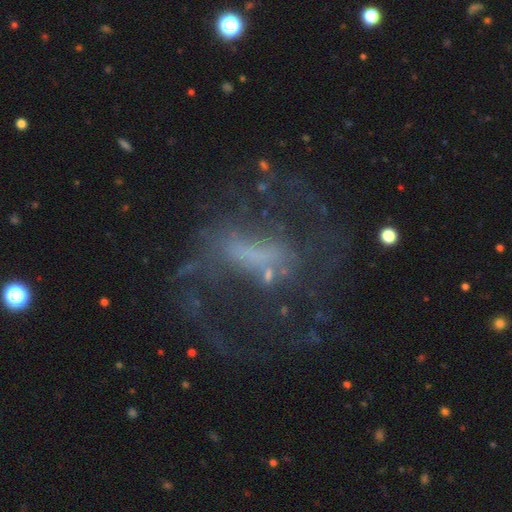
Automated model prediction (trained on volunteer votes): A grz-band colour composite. It shows a featured or disk galaxy (71%) with a weak bar (34%), spiral arms (61%) and no central bulge (51%). Merging: none (45%).